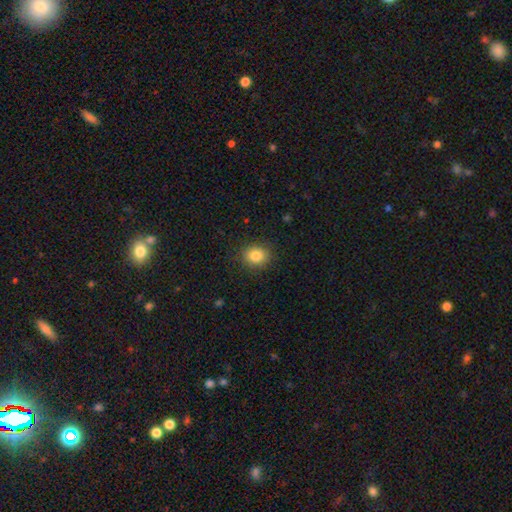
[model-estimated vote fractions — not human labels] This appears to be a smooth galaxy with no disk features (83%) that is round (67%). Merging: none (89%).